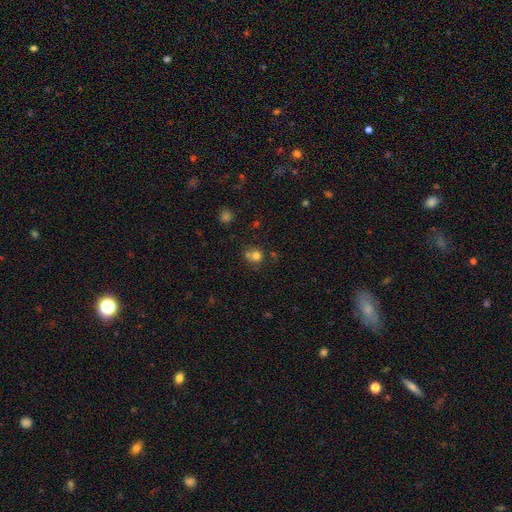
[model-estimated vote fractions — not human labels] Q: Smooth or featured?
A: smooth (76%); runner-up: star or artifact (14%)
Q: How rounded?
A: round (83%); runner-up: in between (16%)
Q: Merging?
A: none (52%); runner-up: merger (28%)